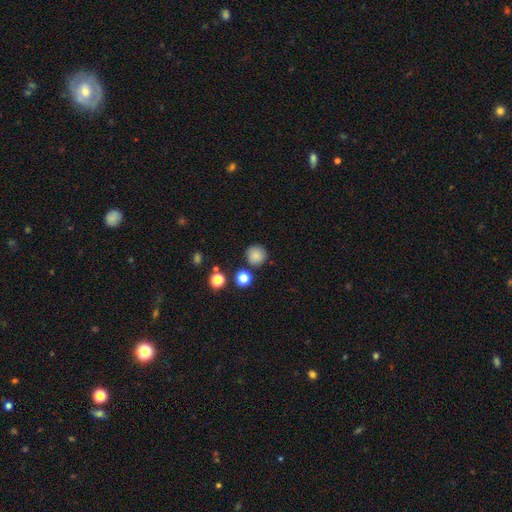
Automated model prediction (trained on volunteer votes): Smooth or featured: smooth — 84% (star or artifact — 11%)
How rounded: round — 94% (in between — 5%)
Merging: none — 83% (minor disturbance — 9%)